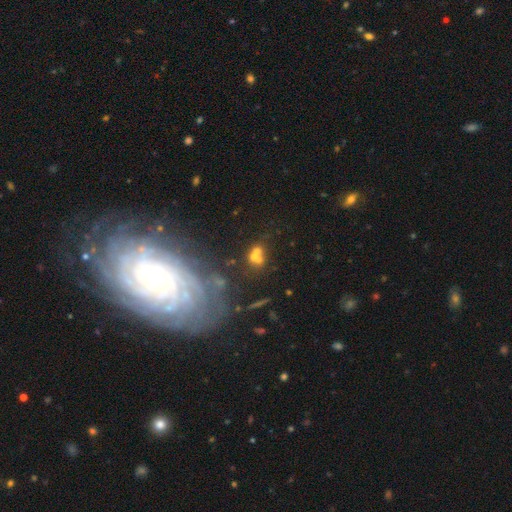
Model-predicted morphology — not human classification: Smooth or featured? Predicted: smooth (p=0.51). How rounded? Predicted: round (p=0.60). Merging? Predicted: merger (p=0.54).